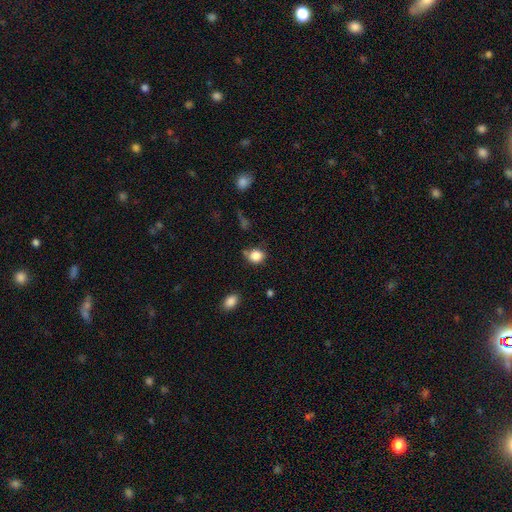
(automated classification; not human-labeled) Morphology: type=smooth (84%); roundness=round (74%); merging=none (66%).